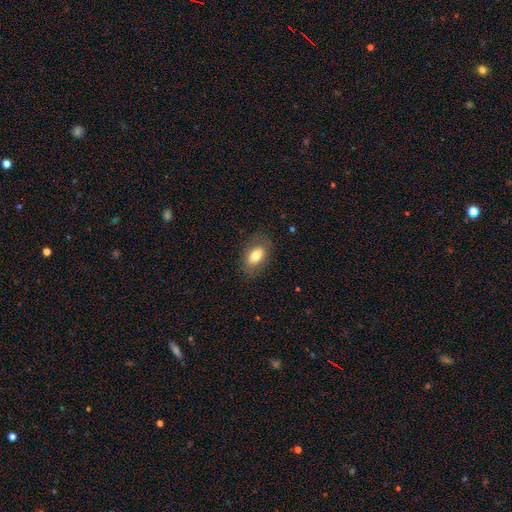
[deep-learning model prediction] The model was most divided on "smooth or featured": smooth: 74%, featured or disk: 18%, star or artifact: 8%. More confident: how rounded — in between (87%); merging — none (79%).